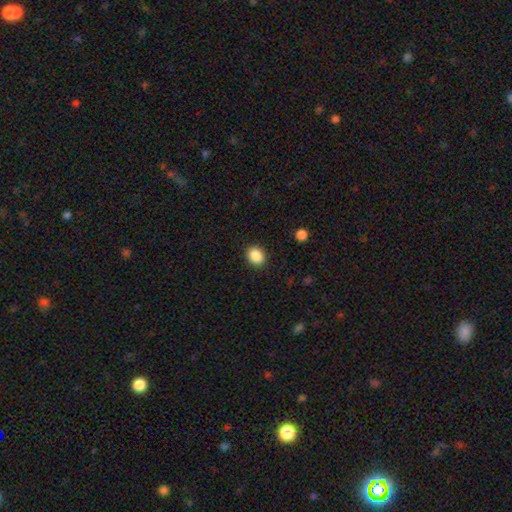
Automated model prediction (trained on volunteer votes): A smooth galaxy with no disk features (87%) that is round (55%).

Vote fractions:
- Smooth or featured? smooth: 87% / star or artifact: 9% / featured or disk: 3%
- How rounded? round: 55% / in between: 44% / cigar-shaped: 1%
- Merging? none: 90% / minor disturbance: 7% / major disturbance: 2% / merger: 1%